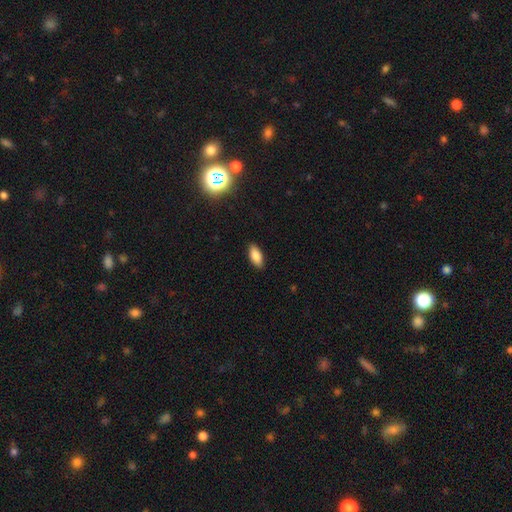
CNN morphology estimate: The model was most divided on "how rounded": in between: 85%, cigar-shaped: 12%, round: 2%. More confident: merging — none (88%); smooth or featured — smooth (84%).